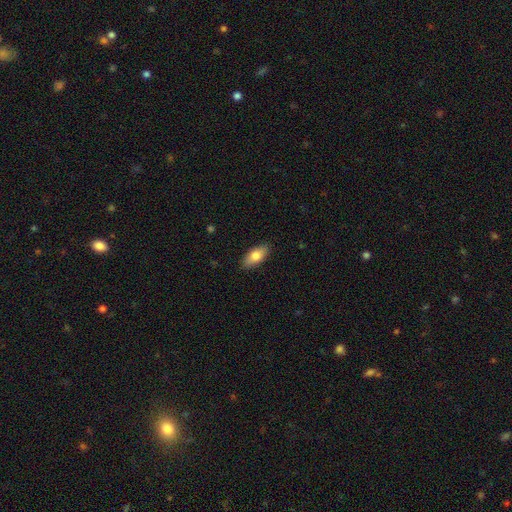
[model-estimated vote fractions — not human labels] smooth_or_featured: smooth (p=0.77) [alt: featured or disk p=0.16]
how_rounded: in between (p=0.85) [alt: cigar-shaped p=0.12]
merging: none (p=0.88) [alt: minor disturbance p=0.09]